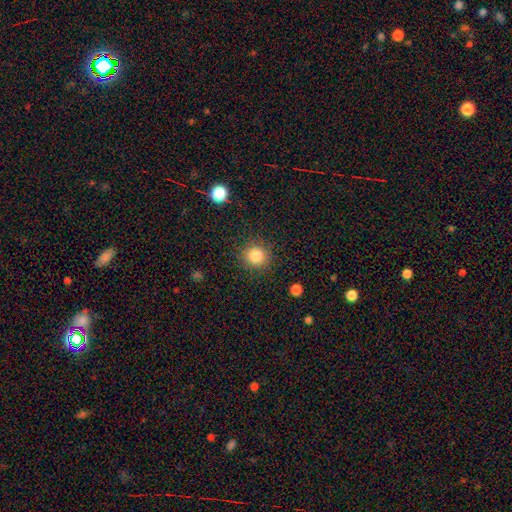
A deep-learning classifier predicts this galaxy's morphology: Smooth or featured? smooth (84%)
How rounded? round (92%)
Merging? none (88%)